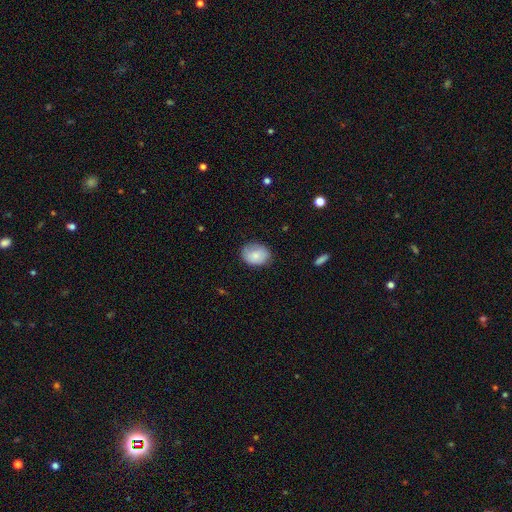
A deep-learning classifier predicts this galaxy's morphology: A smooth galaxy with no disk features (82%) that is in between round and cigar-shaped (61%). Merging: none (77%).